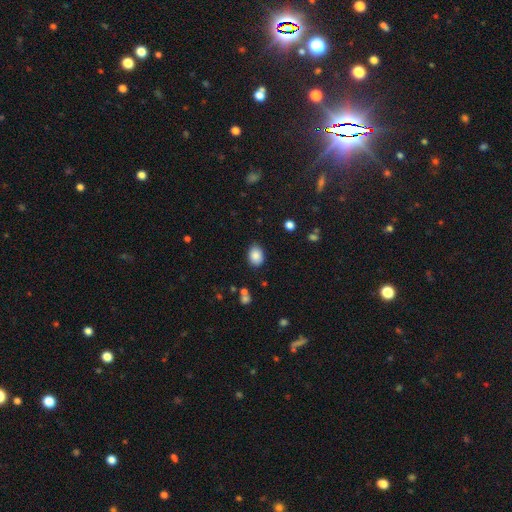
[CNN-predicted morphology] Q: Smooth or featured?
A: smooth (86%); runner-up: star or artifact (8%)
Q: How rounded?
A: in between (75%); runner-up: round (24%)
Q: Merging?
A: none (82%); runner-up: minor disturbance (13%)